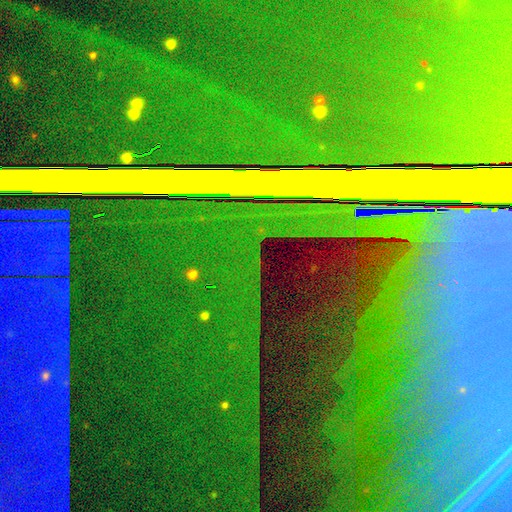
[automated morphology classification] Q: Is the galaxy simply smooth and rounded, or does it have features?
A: star or artifact — 87%.